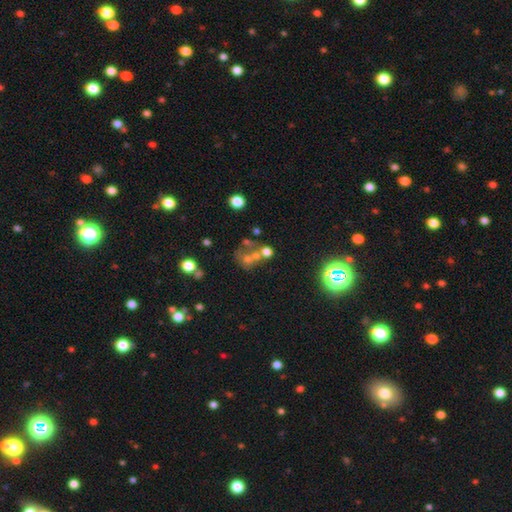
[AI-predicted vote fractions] Smooth or featured: star or artifact — 46% (smooth — 29%)